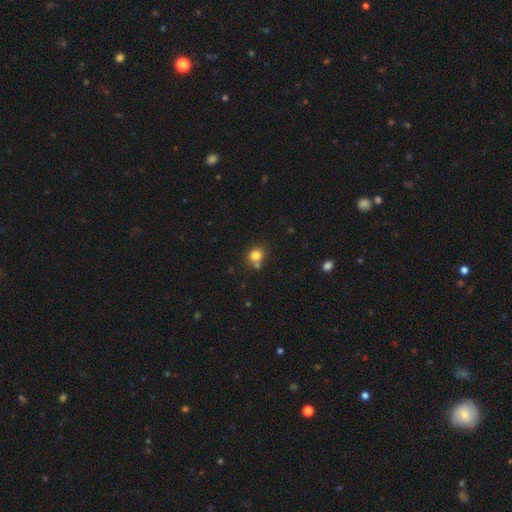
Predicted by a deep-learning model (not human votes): The model was most divided on "merging": none: 64%, merger: 20%, minor disturbance: 12%, major disturbance: 4%. More confident: smooth or featured — smooth (81%); how rounded — round (76%).